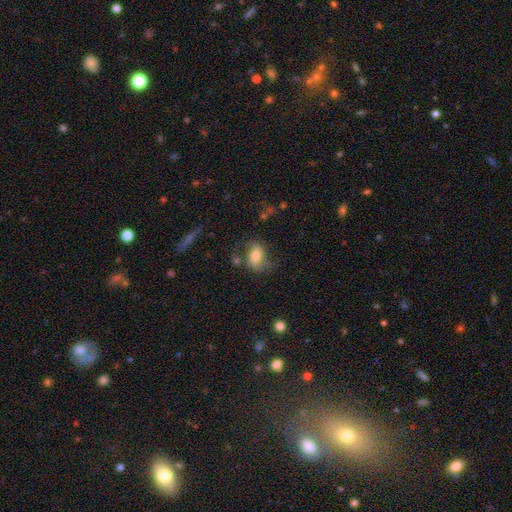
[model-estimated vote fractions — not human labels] Morphology: type=smooth (61%); roundness=in between (80%); merging=none (56%).